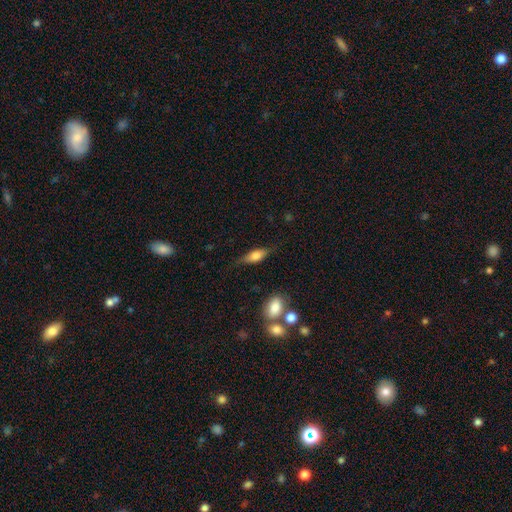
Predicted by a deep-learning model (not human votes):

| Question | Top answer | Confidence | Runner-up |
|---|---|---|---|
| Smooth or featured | smooth | 65% | featured or disk (27%) |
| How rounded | in between | 67% | cigar-shaped (29%) |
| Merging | none | 75% | minor disturbance (18%) |